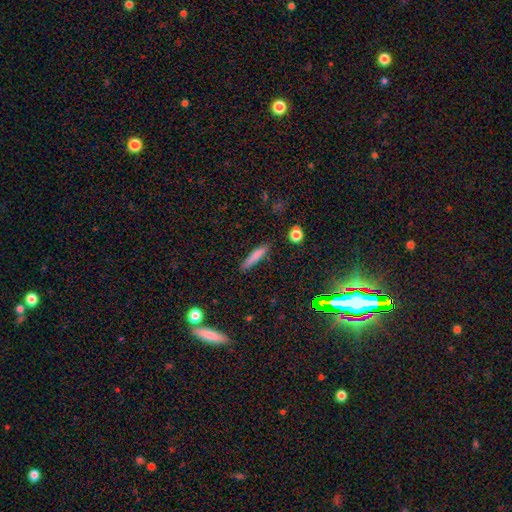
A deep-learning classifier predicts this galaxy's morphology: Smooth or featured?
  - smooth: 77% *
  - featured or disk: 14%
  - star or artifact: 9%
How rounded?
  - cigar-shaped: 87% *
  - in between: 11%
  - round: 2%
Merging?
  - none: 84% *
  - minor disturbance: 11%
  - major disturbance: 3%
  - merger: 2%